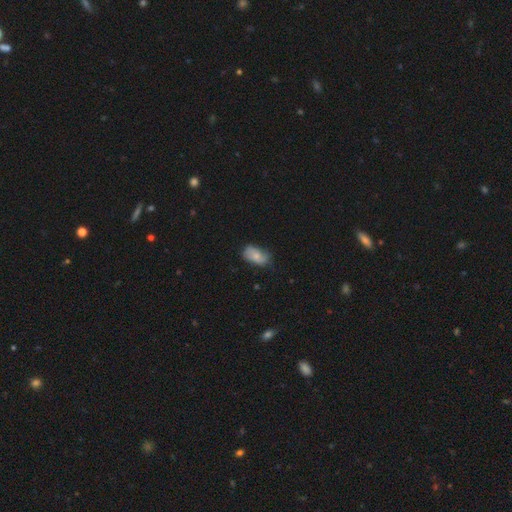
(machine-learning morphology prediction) A smooth galaxy with no disk features (70%) that is in between round and cigar-shaped (91%). Merging: none (56%).